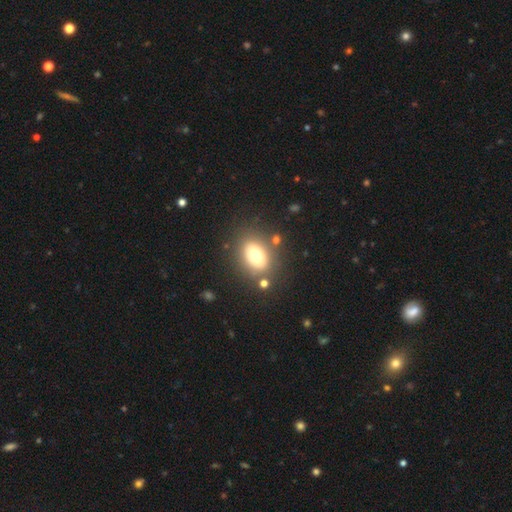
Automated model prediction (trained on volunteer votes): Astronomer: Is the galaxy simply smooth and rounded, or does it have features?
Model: smooth — 74%.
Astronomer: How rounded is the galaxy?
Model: in between — 81%.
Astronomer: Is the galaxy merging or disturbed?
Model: none — 76%.